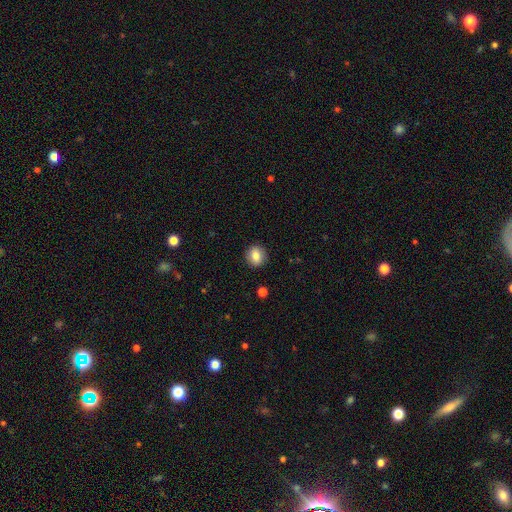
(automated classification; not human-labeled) Smooth or featured? smooth (81%)
How rounded? round (77%)
Merging? none (90%)